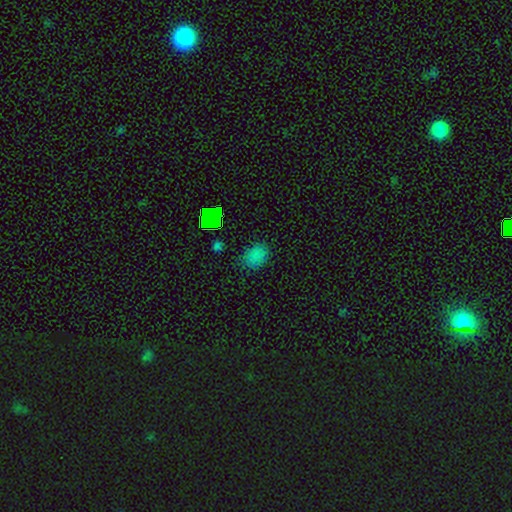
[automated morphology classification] smooth-or-featured: smooth: 73% | star or artifact: 21% | featured or disk: 6%
  how-rounded: in between: 70% | round: 29% | cigar-shaped: 1%
  merging: none: 76% | minor disturbance: 17% | major disturbance: 4% | merger: 2%